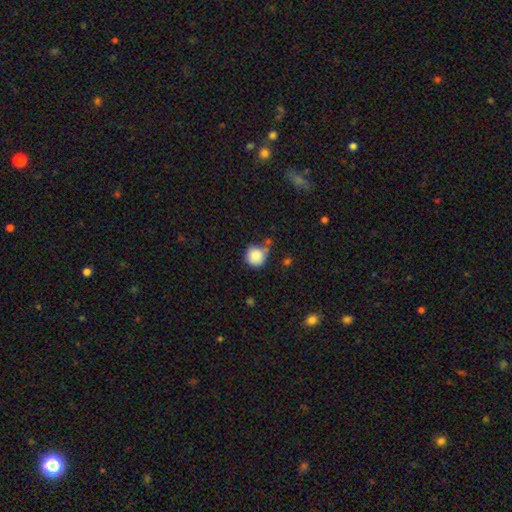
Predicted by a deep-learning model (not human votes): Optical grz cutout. It shows a smooth galaxy with no disk features (87%) that is round (90%). Merging: none (59%).